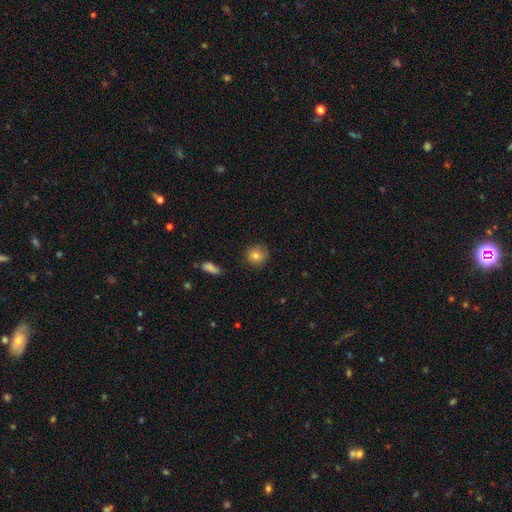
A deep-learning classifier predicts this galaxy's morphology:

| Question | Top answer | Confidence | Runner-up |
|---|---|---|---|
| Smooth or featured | smooth | 80% | star or artifact (10%) |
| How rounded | round | 89% | in between (10%) |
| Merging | none | 83% | minor disturbance (12%) |